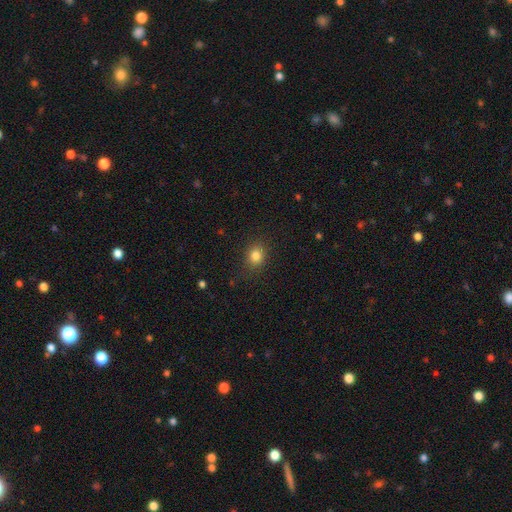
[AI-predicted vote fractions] Smooth or featured? Predicted: smooth (p=0.83). How rounded? Predicted: round (p=0.63). Merging? Predicted: none (p=0.86).